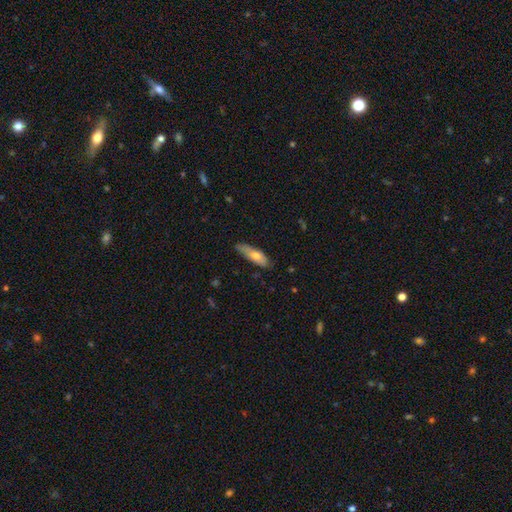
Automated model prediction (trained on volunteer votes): Smooth or featured? smooth (66%)
How rounded? cigar-shaped (57%)
Merging? none (69%)